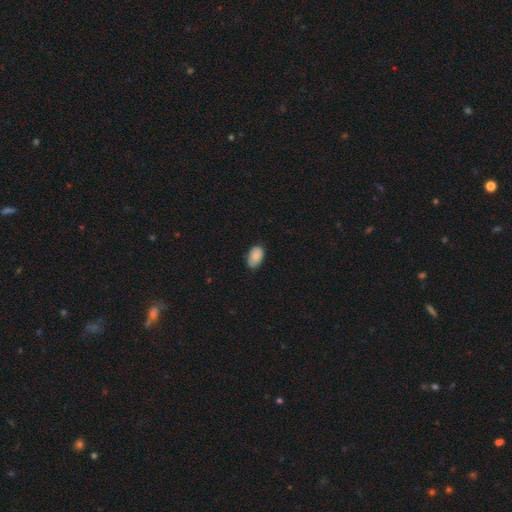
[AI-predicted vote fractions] This is clearly a smooth galaxy (86%). How rounded: clearly in between (92%). Merging: likely none (74%).